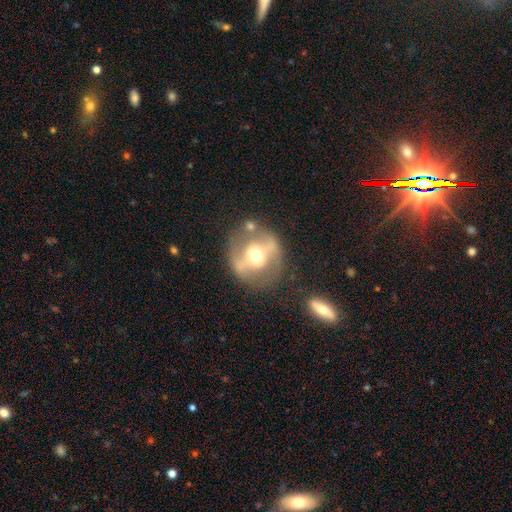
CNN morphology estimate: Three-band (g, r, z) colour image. It shows a featured or disk galaxy (68%) with a strong bar (41%), no spiral arms (52%) and a moderate central bulge (69%). Merging: none (71%).